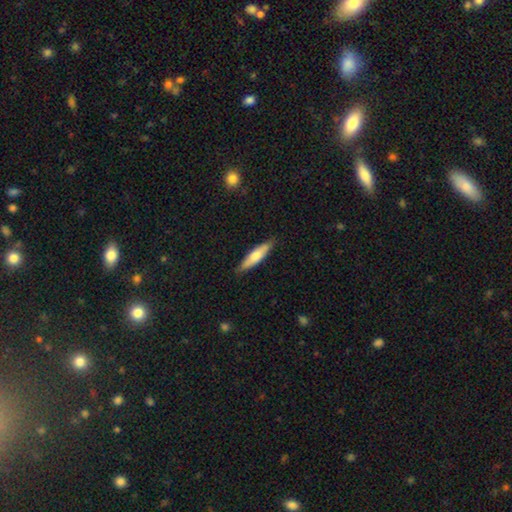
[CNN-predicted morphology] Smooth or featured: smooth — 60% (featured or disk — 34%)
How rounded: cigar-shaped — 77% (in between — 21%)
Merging: none — 87% (minor disturbance — 10%)